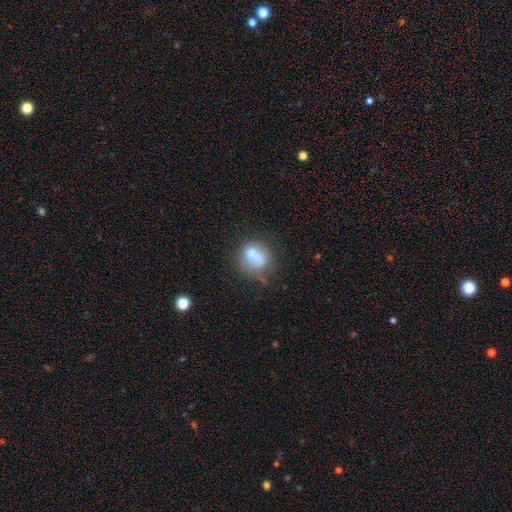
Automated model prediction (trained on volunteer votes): Morphology: type=smooth (63%); roundness=round (67%); merging=none (43%).